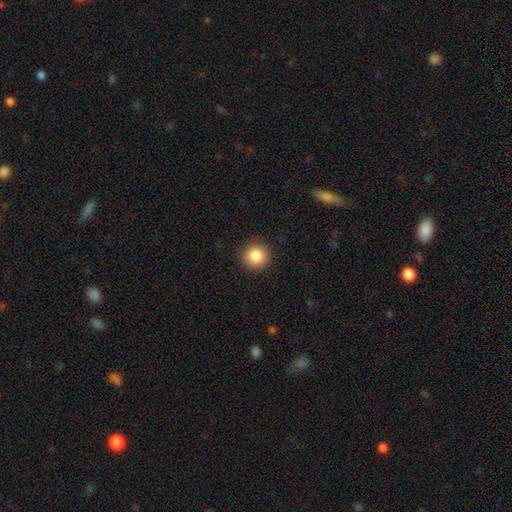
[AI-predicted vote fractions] Smooth or featured? smooth (87%)
How rounded? round (94%)
Merging? none (91%)